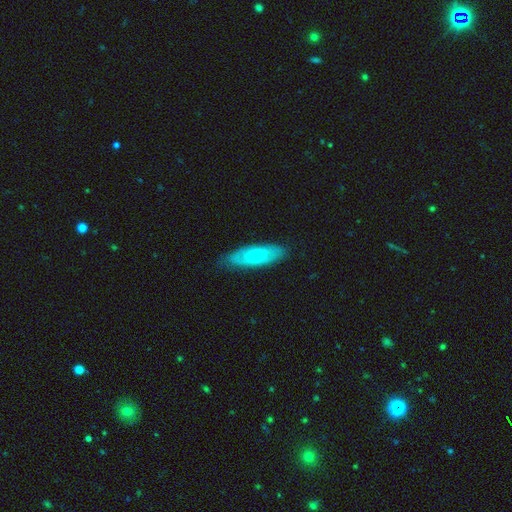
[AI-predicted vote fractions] smooth-or-featured: smooth: 51% | featured or disk: 43% | star or artifact: 6%
  how-rounded: in between: 64% | cigar-shaped: 33% | round: 3%
  merging: none: 76% | minor disturbance: 20% | major disturbance: 4% | merger: 1%